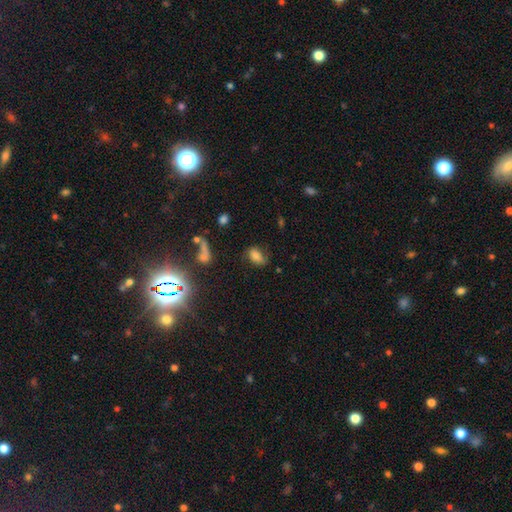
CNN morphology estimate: Q: Smooth or featured?
A: smooth (69%); runner-up: featured or disk (18%)
Q: How rounded?
A: in between (87%); runner-up: round (11%)
Q: Merging?
A: none (60%); runner-up: minor disturbance (24%)